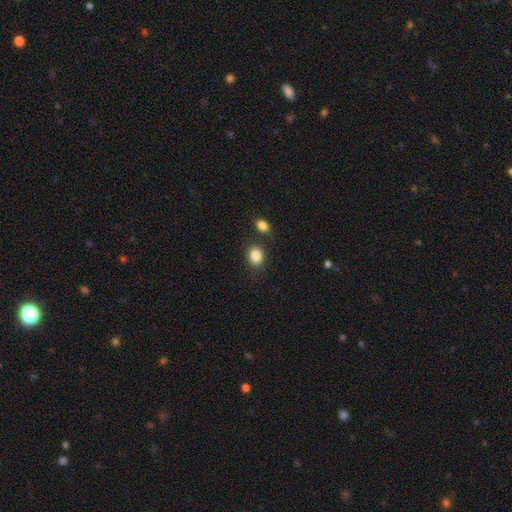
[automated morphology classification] The model was most divided on "how rounded": in between: 53%, round: 46%, cigar-shaped: 1%. More confident: smooth or featured — smooth (86%); merging — none (79%).